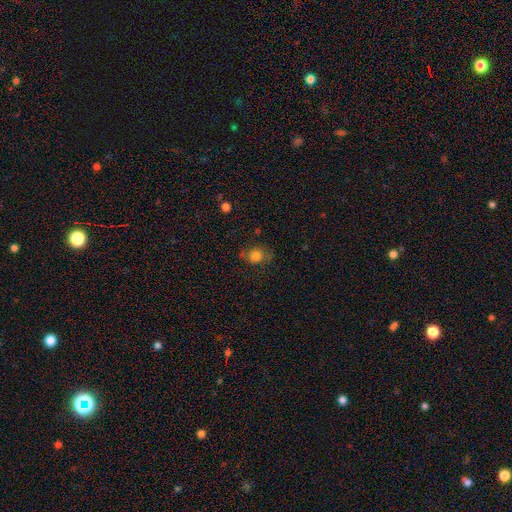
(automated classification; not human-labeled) A smooth galaxy with no disk features (77%) that is round (70%).

Vote fractions:
- Smooth or featured? smooth: 77% / star or artifact: 13% / featured or disk: 11%
- How rounded? round: 70% / in between: 29% / cigar-shaped: 1%
- Merging? none: 64% / minor disturbance: 22% / major disturbance: 11% / merger: 4%